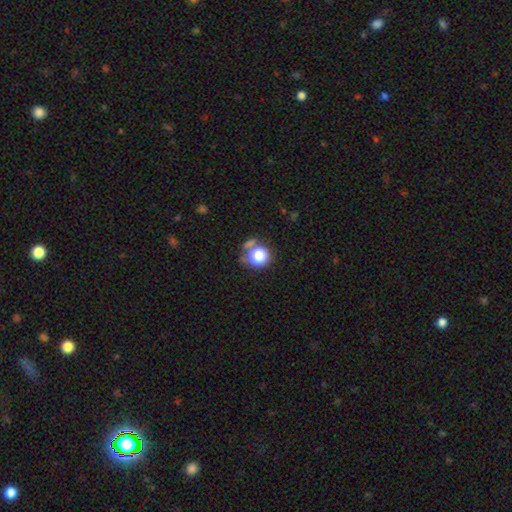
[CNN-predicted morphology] The model was most divided on "smooth or featured": smooth: 72%, star or artifact: 19%, featured or disk: 9%. More confident: how rounded — round (88%); merging — none (67%).